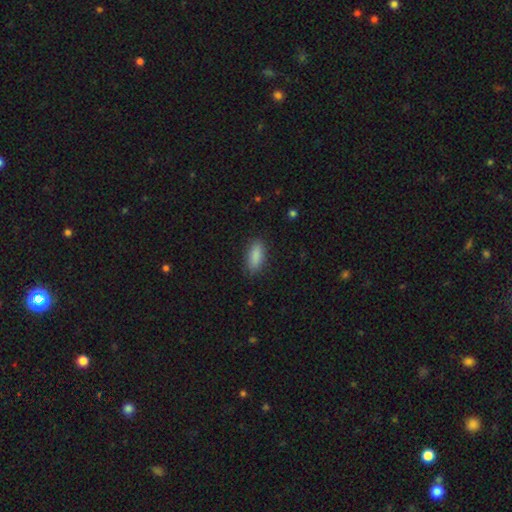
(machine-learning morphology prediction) This is clearly a smooth galaxy (89%). How rounded: clearly in between (83%). Merging: clearly none (85%).